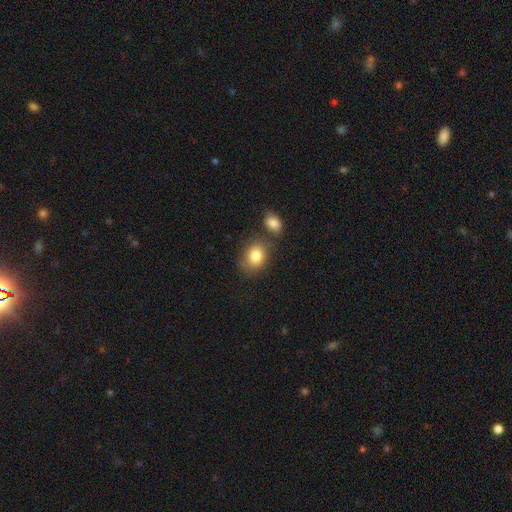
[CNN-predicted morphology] Smooth or featured?
  - smooth: 84% *
  - featured or disk: 9%
  - star or artifact: 8%
How rounded?
  - in between: 55% *
  - round: 44%
  - cigar-shaped: 1%
Merging?
  - none: 62% *
  - merger: 18%
  - minor disturbance: 15%
  - major disturbance: 5%